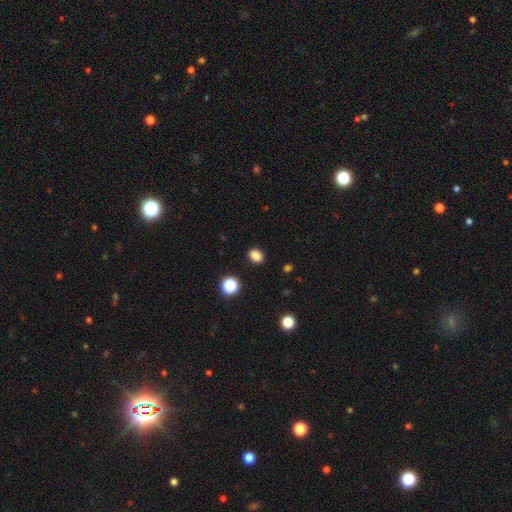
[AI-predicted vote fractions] smooth 85%, star or artifact 12%, featured or disk 3%. Down the decision tree: how rounded — in between (64%); merging — none (88%).